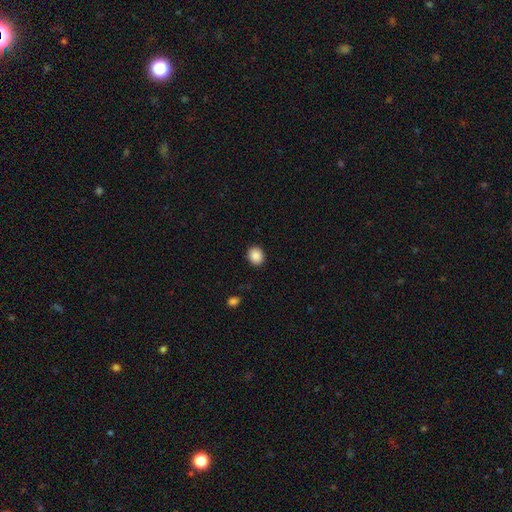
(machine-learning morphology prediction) smooth 89%, star or artifact 8%, featured or disk 3%. Down the decision tree: how rounded — round (70%); merging — none (91%).